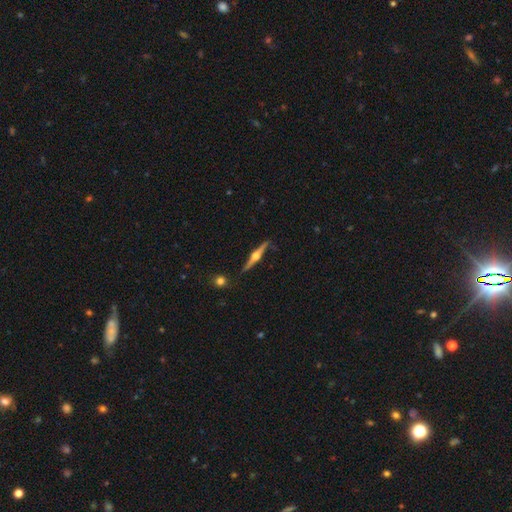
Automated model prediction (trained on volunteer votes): A featured or disk galaxy (83%) viewed edge-on (98%) with a rounded central bulge (96%). Merging: none (83%).